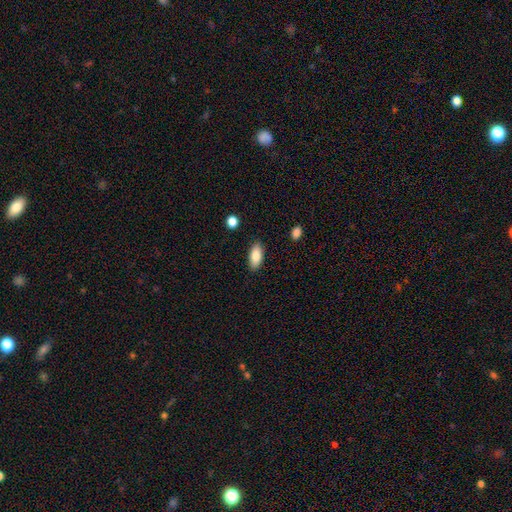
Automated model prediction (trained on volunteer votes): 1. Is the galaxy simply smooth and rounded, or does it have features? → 85% smooth, 8% featured or disk, 7% star or artifact.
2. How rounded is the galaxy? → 88% in between, 10% cigar-shaped, 2% round.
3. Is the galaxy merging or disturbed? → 87% none, 9% minor disturbance, 2% major disturbance, 1% merger.